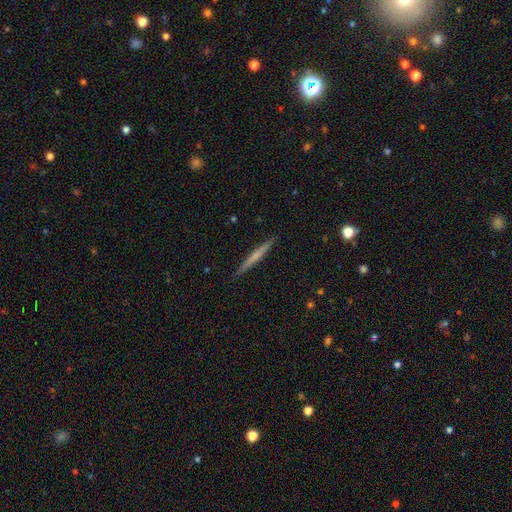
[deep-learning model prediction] The model was most divided on "smooth or featured": featured or disk: 49%, smooth: 45%, star or artifact: 6%. More confident: merging — none (91%).